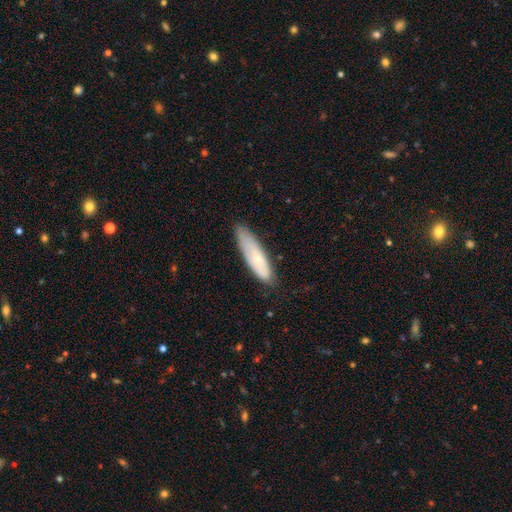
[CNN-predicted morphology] Smooth or featured? Predicted: smooth (p=0.64). How rounded? Predicted: cigar-shaped (p=0.75). Merging? Predicted: none (p=0.78).